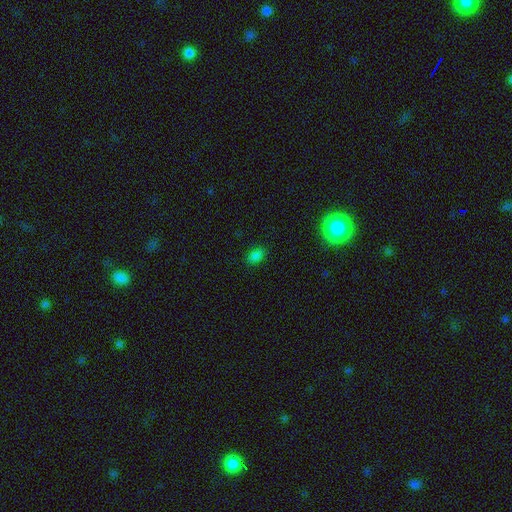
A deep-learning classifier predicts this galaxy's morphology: smooth_or_featured: smooth (p=0.80) [alt: star or artifact p=0.16]
how_rounded: in between (p=0.86) [alt: round p=0.13]
merging: none (p=0.85) [alt: minor disturbance p=0.11]